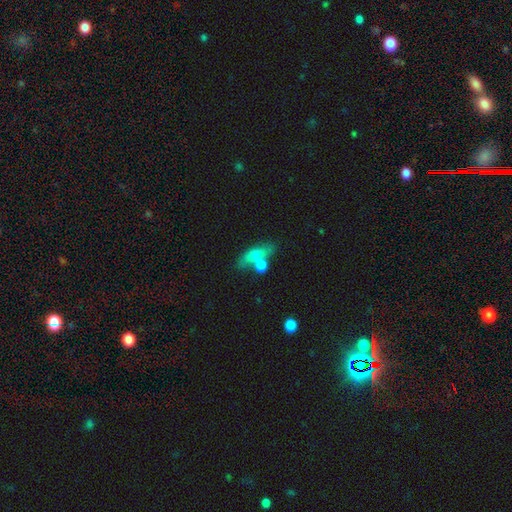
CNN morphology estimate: smooth_or_featured: smooth (p=0.59) [alt: featured or disk p=0.32]
how_rounded: in between (p=0.56) [alt: cigar-shaped p=0.31]
merging: none (p=0.46) [alt: merger p=0.36]